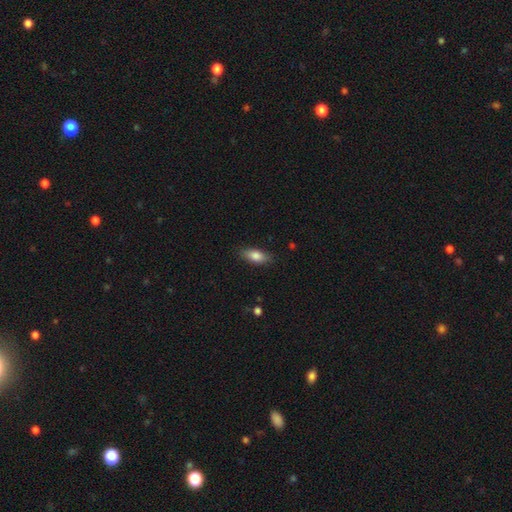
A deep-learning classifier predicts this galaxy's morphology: Smooth or featured? Predicted: smooth (p=0.82). How rounded? Predicted: in between (p=0.81). Merging? Predicted: none (p=0.84).